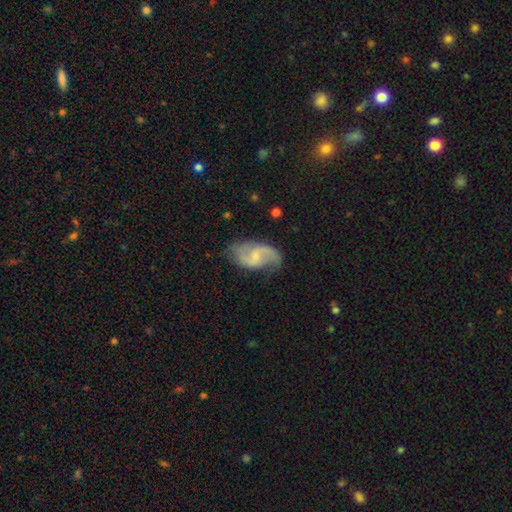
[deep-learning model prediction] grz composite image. It shows a featured or disk galaxy (81%) with a weak bar (53%), 2 (90%) loose (54%) spiral arms (95%) and a small central bulge (60%). Merging: none (71%).